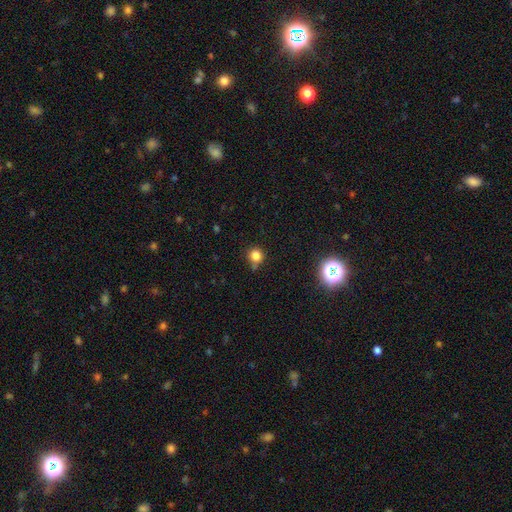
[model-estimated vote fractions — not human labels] smooth 80%, star or artifact 15%, featured or disk 6%. Down the decision tree: how rounded — round (90%); merging — none (71%).